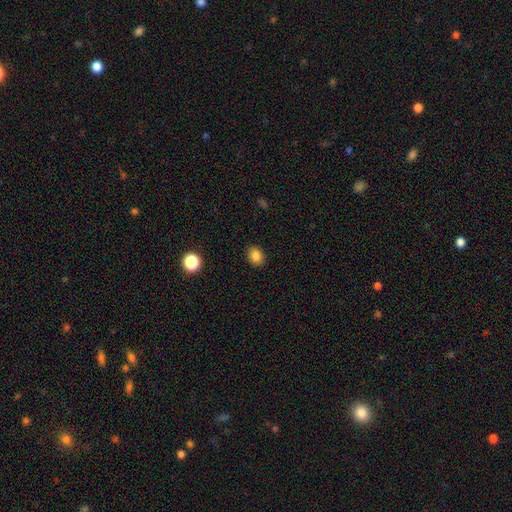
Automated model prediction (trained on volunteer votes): This is clearly a smooth galaxy (83%). How rounded: possibly in between (50%). Merging: clearly none (89%).